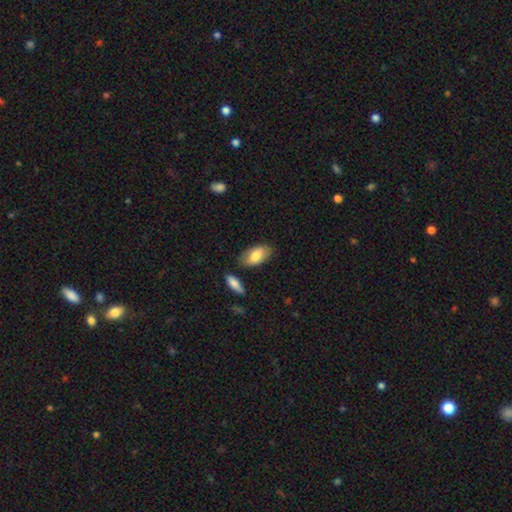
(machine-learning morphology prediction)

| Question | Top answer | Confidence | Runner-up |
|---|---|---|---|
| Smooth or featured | smooth | 80% | featured or disk (14%) |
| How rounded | in between | 93% | cigar-shaped (4%) |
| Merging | none | 77% | minor disturbance (15%) |